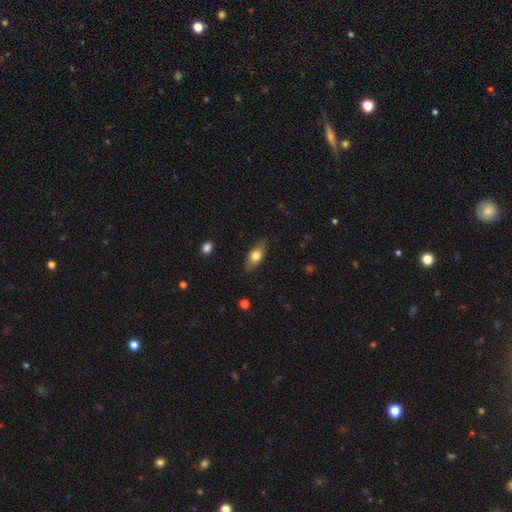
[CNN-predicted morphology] smooth-or-featured: smooth: 64% | featured or disk: 30% | star or artifact: 6%
  how-rounded: in between: 76% | cigar-shaped: 19% | round: 5%
  merging: none: 83% | minor disturbance: 13% | major disturbance: 3% | merger: 1%